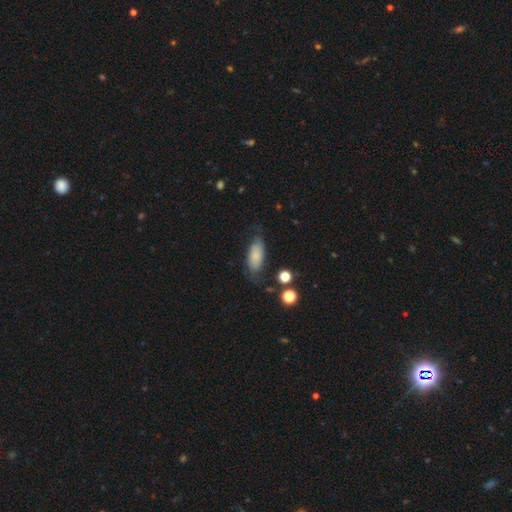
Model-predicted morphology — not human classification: type=smooth (71%); roundness=in between (84%); merging=none (61%).